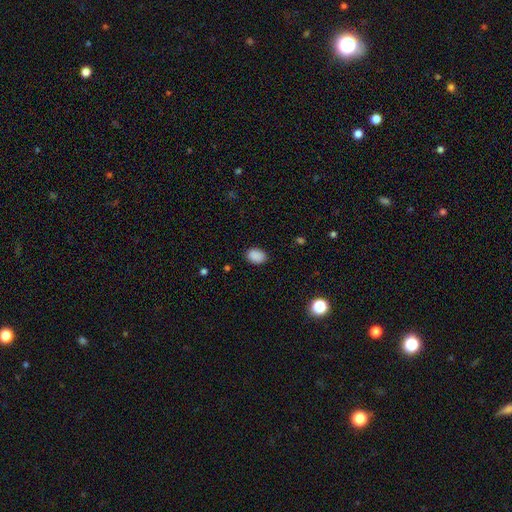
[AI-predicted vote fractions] A smooth galaxy with no disk features (88%) that is in between round and cigar-shaped (75%).

Vote fractions:
- Smooth or featured? smooth: 88% / star or artifact: 9% / featured or disk: 3%
- How rounded? in between: 75% / round: 24% / cigar-shaped: 1%
- Merging? none: 86% / minor disturbance: 11% / major disturbance: 3% / merger: 1%